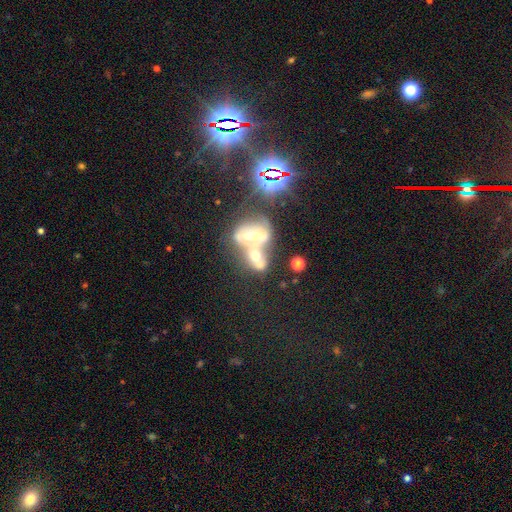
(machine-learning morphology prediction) Smooth or featured?
  - featured or disk: 43% *
  - smooth: 39%
  - star or artifact: 19%
Merging?
  - merger: 71% *
  - none: 14%
  - major disturbance: 9%
  - minor disturbance: 6%